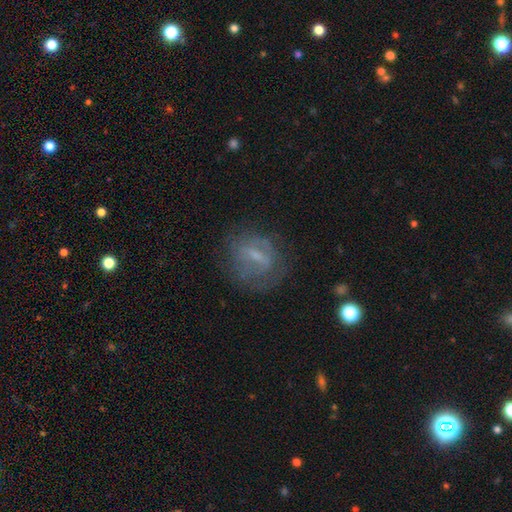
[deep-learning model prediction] Smooth or featured? featured or disk (54%)
Edge-on disk? no (91%)
Merging? none (63%)